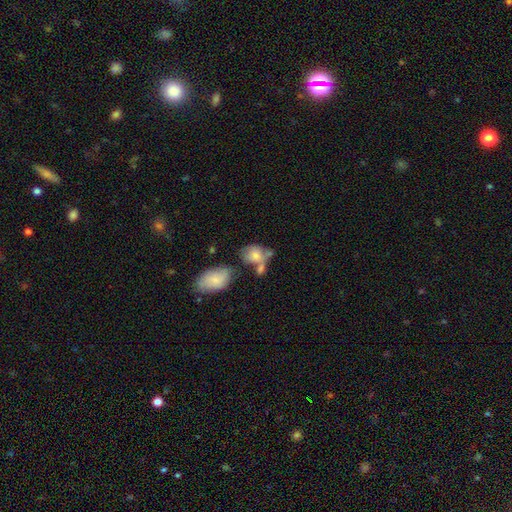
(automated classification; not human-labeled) Smooth or featured: smooth — 71% (featured or disk — 21%)
How rounded: in between — 70% (round — 28%)
Merging: merger — 34% (none — 33%)